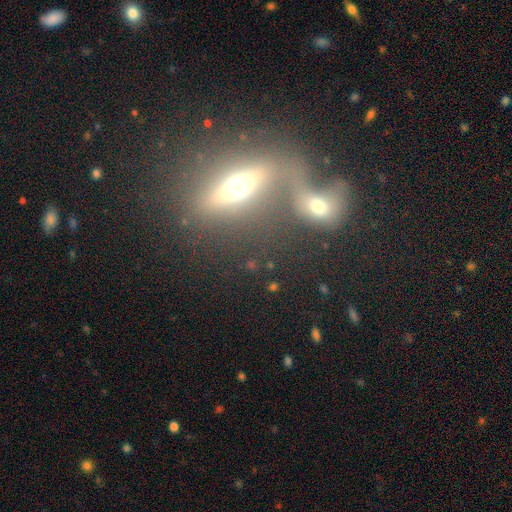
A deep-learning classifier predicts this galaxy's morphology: A featured or disk galaxy (57%) viewed edge-on (69%).

Vote fractions:
- Smooth or featured? featured or disk: 57% / smooth: 32% / star or artifact: 11%
- Edge-on disk? yes: 69% / no: 31%
- Merging? merger: 48% / none: 38% / minor disturbance: 8% / major disturbance: 6%